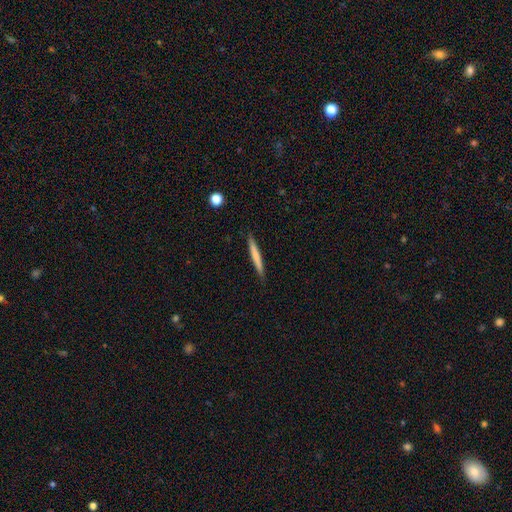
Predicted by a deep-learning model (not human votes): The model was most divided on "smooth or featured": smooth: 64%, featured or disk: 30%, star or artifact: 5%. More confident: how rounded — cigar-shaped (96%); merging — none (89%).